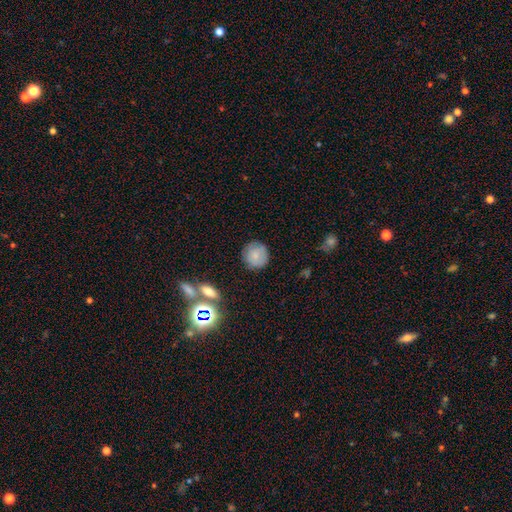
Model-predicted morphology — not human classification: This is clearly a smooth galaxy (80%). How rounded: clearly round (93%). Merging: clearly none (85%).